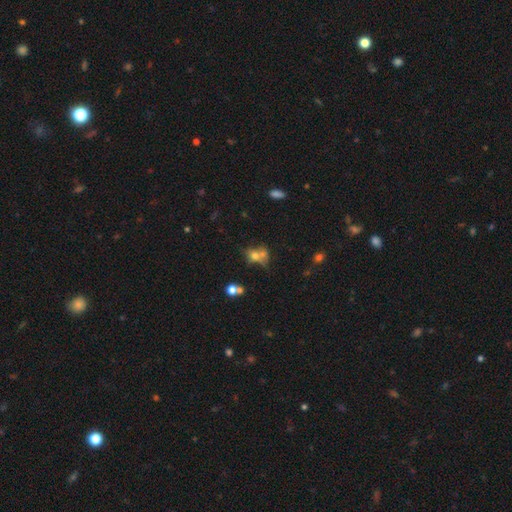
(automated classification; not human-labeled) smooth 63%, featured or disk 20%, star or artifact 16%. Down the decision tree: how rounded — round (56%); merging — merger (52%).